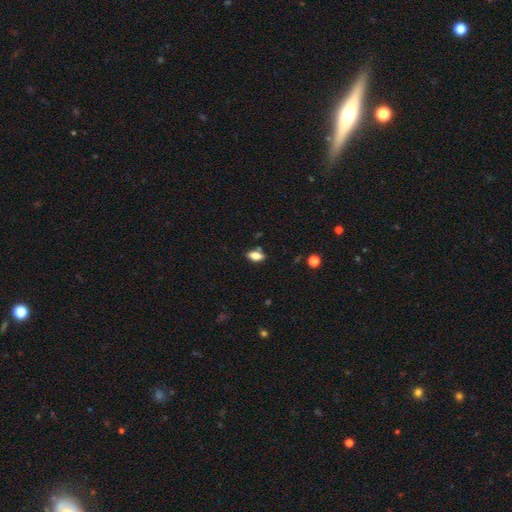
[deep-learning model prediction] This appears to be a smooth galaxy with no disk features (79%) that is in between round and cigar-shaped (86%). Merging: none (80%).